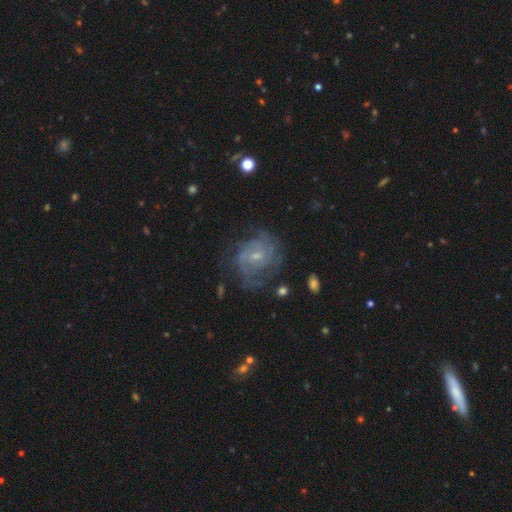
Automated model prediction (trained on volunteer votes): Overall: featured or disk (81%). Edge-on disk: no (98%). Bar: weak (46%; no 45%). Spiral arms: yes (92%). Spiral arm count: can't tell (35%; 2 29%). Spiral winding: tight (53%; medium 37%). Bulge size: small (66%; moderate 28%). Merging: none (65%).